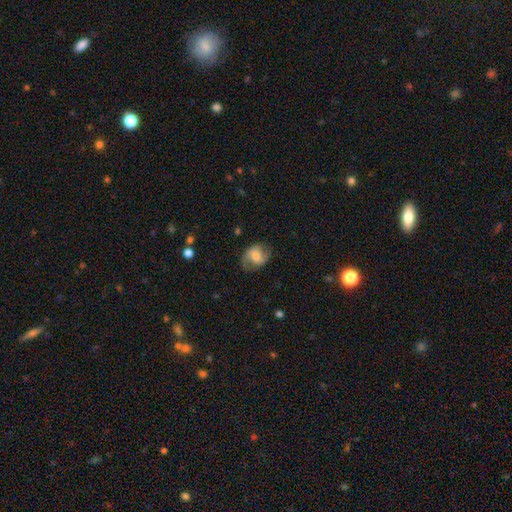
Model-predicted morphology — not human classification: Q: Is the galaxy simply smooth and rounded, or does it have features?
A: featured or disk — 51%.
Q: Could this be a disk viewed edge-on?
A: no — 97%.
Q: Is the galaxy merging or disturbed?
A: none — 68%.